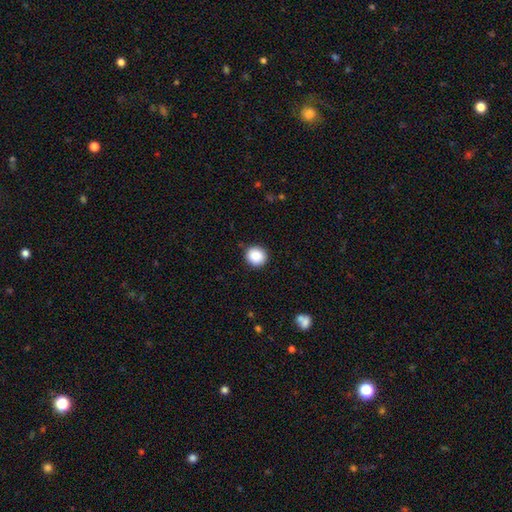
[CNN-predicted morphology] The model was most divided on "smooth or featured": smooth: 88%, star or artifact: 9%, featured or disk: 3%. More confident: merging — none (90%); how rounded — round (89%).